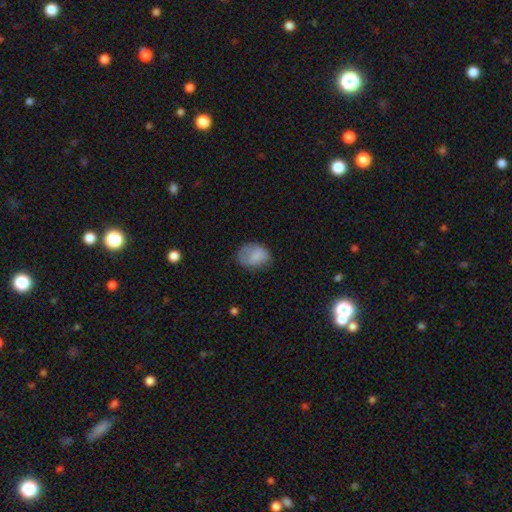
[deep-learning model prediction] Q: Smooth or featured?
A: smooth (76%); runner-up: featured or disk (15%)
Q: How rounded?
A: in between (67%); runner-up: round (32%)
Q: Merging?
A: none (55%); runner-up: minor disturbance (29%)